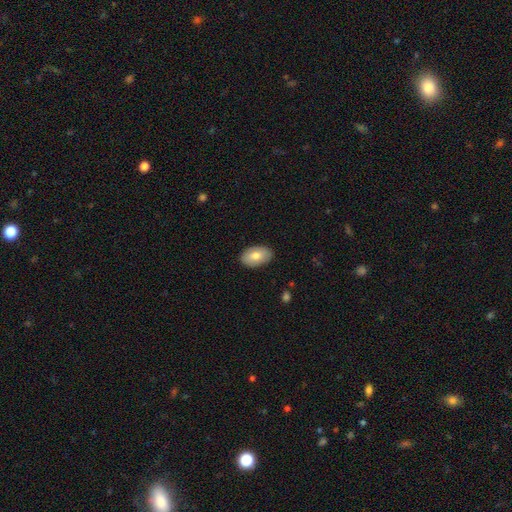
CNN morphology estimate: Smooth or featured? Predicted: smooth (p=0.77). How rounded? Predicted: in between (p=0.92). Merging? Predicted: none (p=0.87).